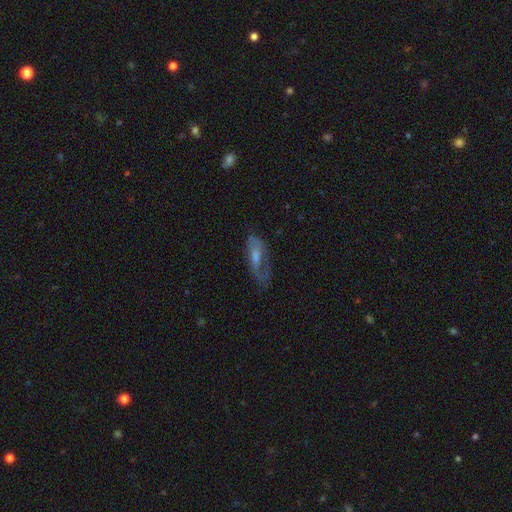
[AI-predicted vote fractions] A featured or disk galaxy (62%) with no bar (51%), spiral arms (69%) and a moderate central bulge (52%). Merging: none (59%).